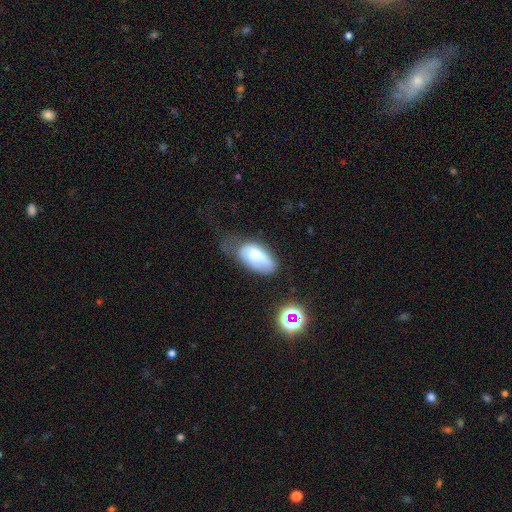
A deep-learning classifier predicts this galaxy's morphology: The model was most divided on "merging": minor disturbance: 36%, none: 32%, major disturbance: 27%, merger: 4%. More confident: how rounded — in between (94%); smooth or featured — smooth (73%).